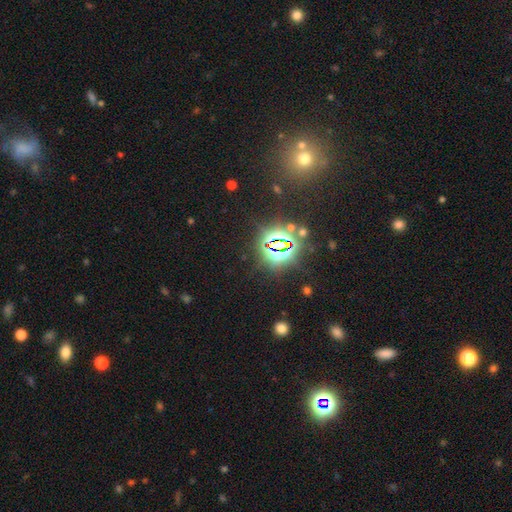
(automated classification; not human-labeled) This is likely a star or artifact rather than a galaxy (77%).